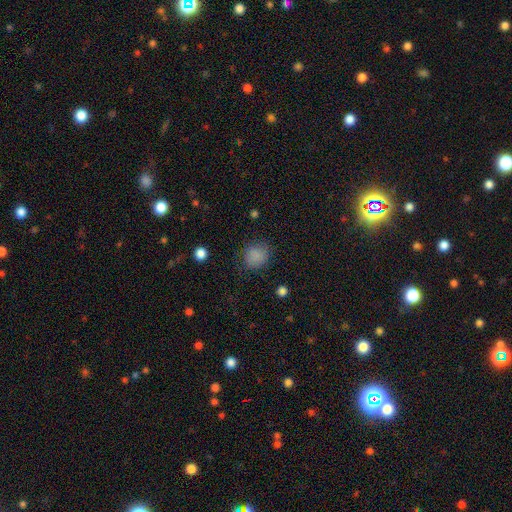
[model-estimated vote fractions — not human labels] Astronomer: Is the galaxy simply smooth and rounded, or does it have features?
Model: smooth — 84%.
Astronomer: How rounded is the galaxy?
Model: round — 81%.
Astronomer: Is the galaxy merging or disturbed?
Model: none — 80%.